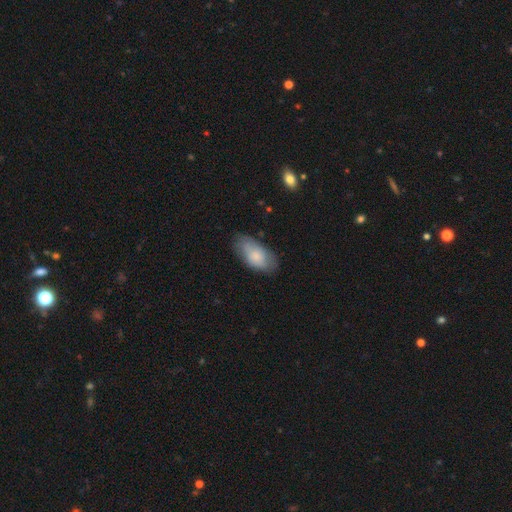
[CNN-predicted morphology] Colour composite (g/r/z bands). It shows a smooth galaxy with no disk features (77%) that is in between round and cigar-shaped (94%). Merging: none (70%).